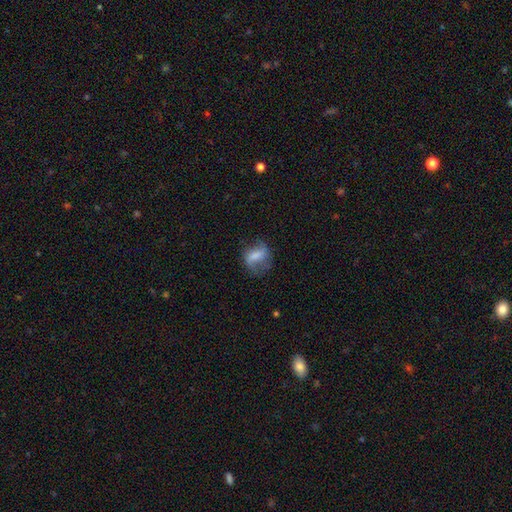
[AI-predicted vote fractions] Q: Smooth or featured?
A: smooth (47%); runner-up: featured or disk (44%)
Q: Merging?
A: none (53%); runner-up: minor disturbance (25%)